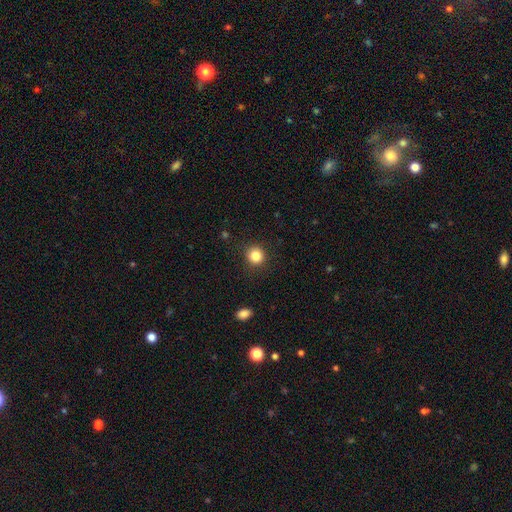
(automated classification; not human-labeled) Smooth or featured? Predicted: smooth (p=0.85). How rounded? Predicted: round (p=0.91). Merging? Predicted: none (p=0.89).